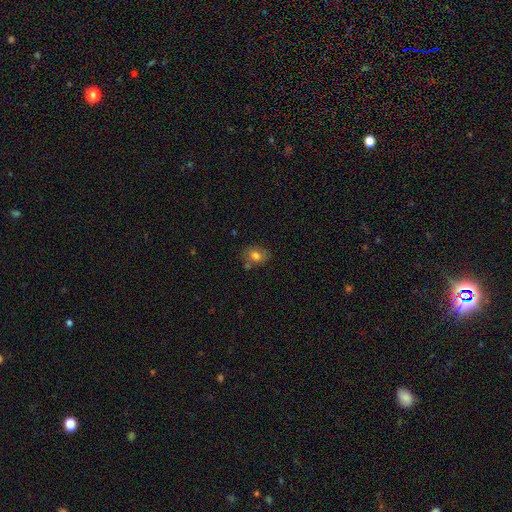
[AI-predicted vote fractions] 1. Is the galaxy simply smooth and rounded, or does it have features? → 75% smooth, 15% featured or disk, 10% star or artifact.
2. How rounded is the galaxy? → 62% in between, 37% round, 1% cigar-shaped.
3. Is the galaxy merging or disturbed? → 64% none, 19% minor disturbance, 11% merger, 5% major disturbance.